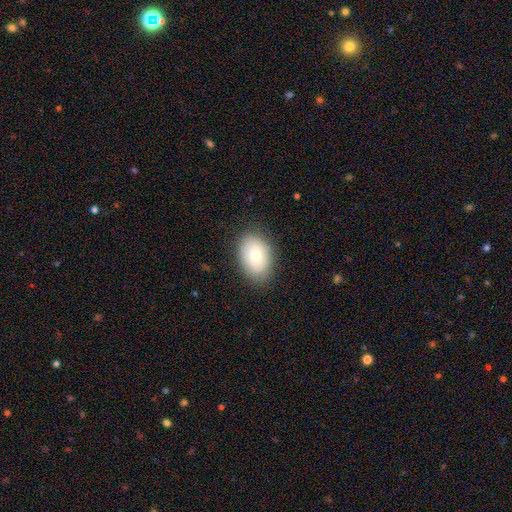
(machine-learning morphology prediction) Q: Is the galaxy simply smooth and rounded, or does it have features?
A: smooth — 72%.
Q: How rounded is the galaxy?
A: in between — 81%.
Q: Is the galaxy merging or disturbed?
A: none — 83%.